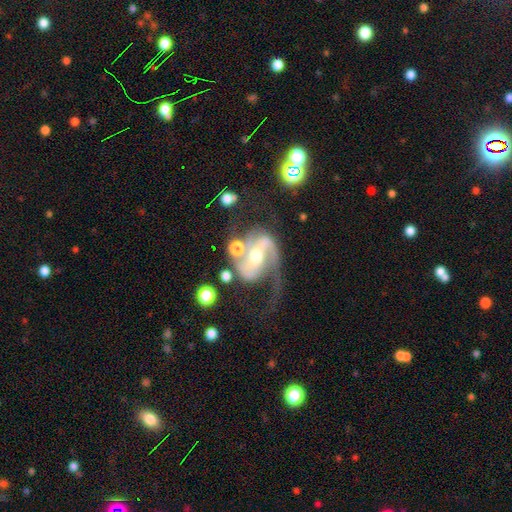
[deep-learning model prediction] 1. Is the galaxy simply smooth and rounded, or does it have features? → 88% featured or disk, 6% star or artifact, 6% smooth.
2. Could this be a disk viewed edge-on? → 97% no, 3% yes.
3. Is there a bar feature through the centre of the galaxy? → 40% strong, 37% weak, 23% no.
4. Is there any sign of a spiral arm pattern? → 96% yes, 4% no.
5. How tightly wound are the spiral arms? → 48% medium, 38% loose, 14% tight.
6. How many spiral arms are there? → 80% 2, 12% 1, 4% can't tell, 2% 3, 1% 4, 1% more than 4.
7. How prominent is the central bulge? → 59% moderate, 33% small, 5% large, 2% none, 1% dominant.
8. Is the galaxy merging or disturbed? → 43% none, 28% major disturbance, 17% minor disturbance, 12% merger.